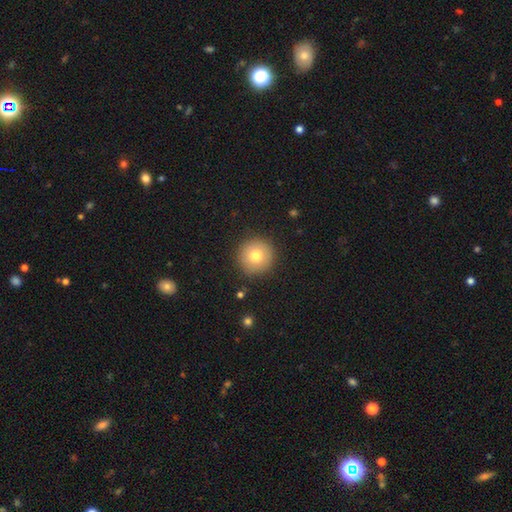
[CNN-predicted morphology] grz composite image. It shows a smooth galaxy with no disk features (76%) that is round (95%). Merging: none (89%).